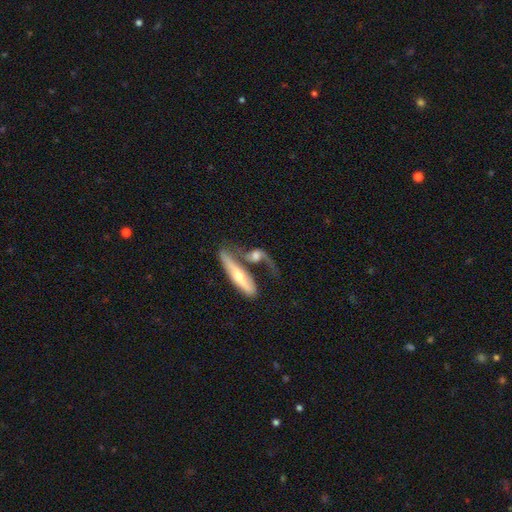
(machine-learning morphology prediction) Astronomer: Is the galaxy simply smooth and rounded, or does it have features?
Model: featured or disk — 58% (runner-up: smooth, 34%).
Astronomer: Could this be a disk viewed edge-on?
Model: no — 58% (runner-up: yes, 42%).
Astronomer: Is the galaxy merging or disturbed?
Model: merger — 50%.